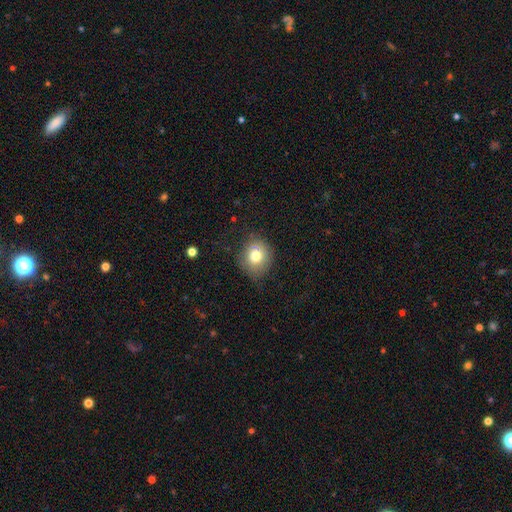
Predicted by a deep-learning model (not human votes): Smooth or featured? smooth (76%)
How rounded? round (70%)
Merging? none (72%)